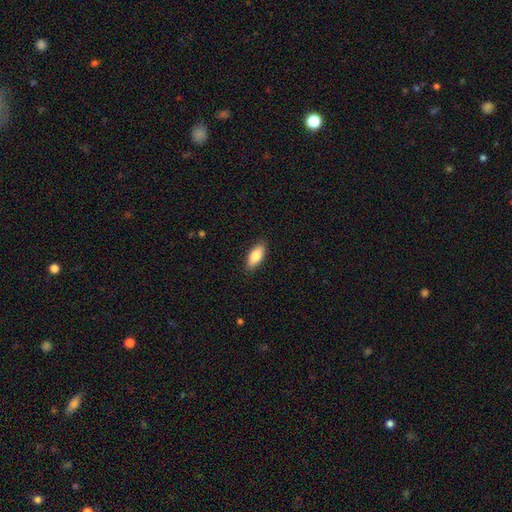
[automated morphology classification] Smooth or featured? Predicted: smooth (p=0.79). How rounded? Predicted: in between (p=0.81). Merging? Predicted: none (p=0.89).